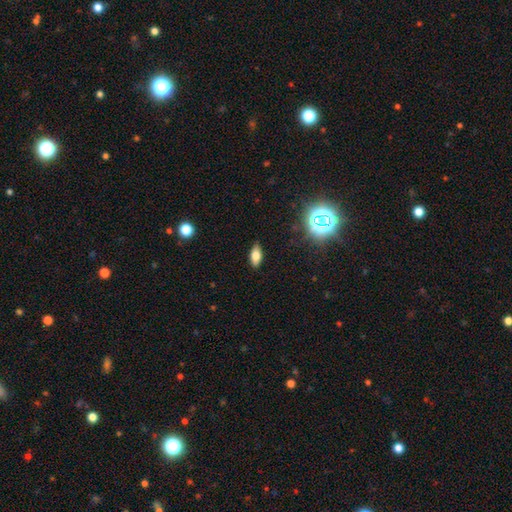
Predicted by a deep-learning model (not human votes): Overall: smooth (71%). How rounded: in between (83%). Merging: none (87%).